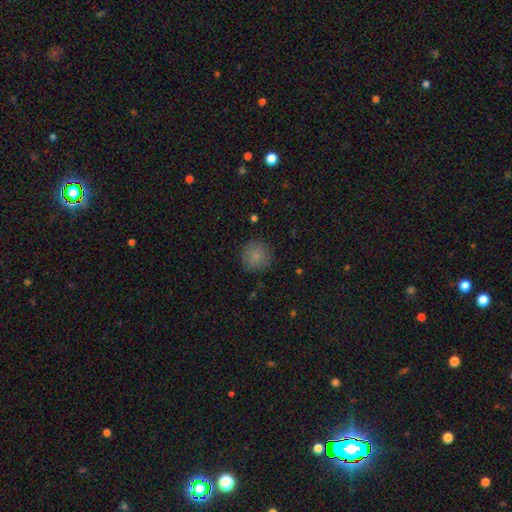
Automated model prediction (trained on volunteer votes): A smooth galaxy with no disk features (84%) that is round (94%). Merging: none (87%).